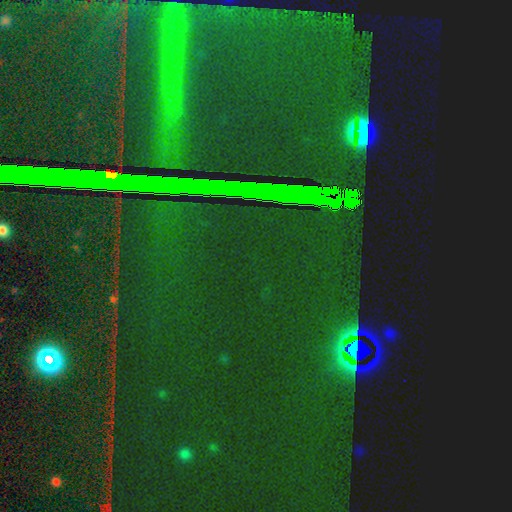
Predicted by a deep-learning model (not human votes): This appears to be a star or artifact, not a galaxy (86%).